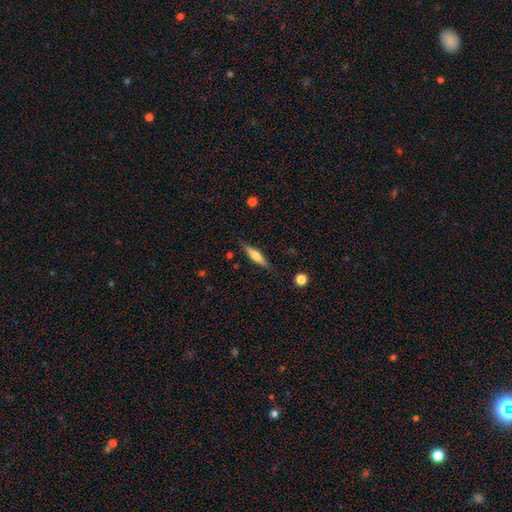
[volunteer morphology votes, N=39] smooth_or_featured: smooth (p=0.49) [tied with: featured or disk p=0.49]
how_rounded: cigar-shaped (p=0.89) [alt: in between p=0.11]
merging: none (p=0.84) [alt: minor disturbance p=0.13]